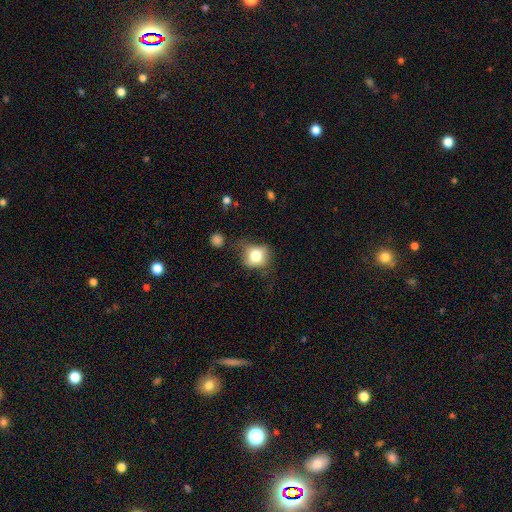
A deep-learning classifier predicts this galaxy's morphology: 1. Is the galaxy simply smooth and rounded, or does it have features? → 74% smooth, 15% featured or disk, 10% star or artifact.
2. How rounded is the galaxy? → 68% round, 31% in between, 1% cigar-shaped.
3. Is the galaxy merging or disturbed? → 54% none, 29% minor disturbance, 13% major disturbance, 3% merger.